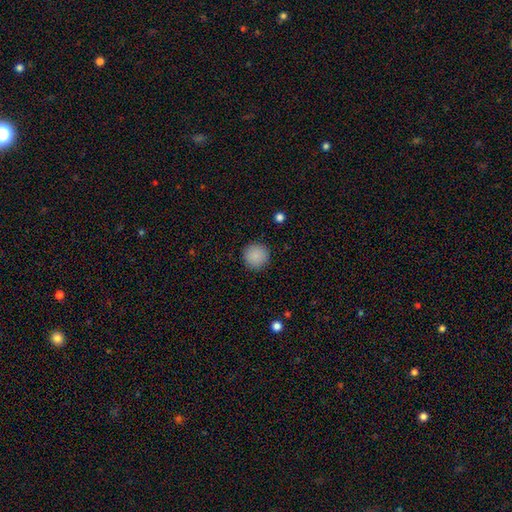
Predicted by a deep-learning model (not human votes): This is clearly a smooth galaxy (88%). How rounded: clearly round (95%). Merging: clearly none (92%).